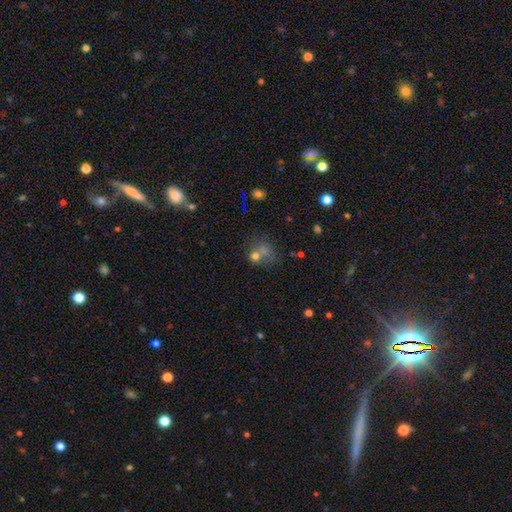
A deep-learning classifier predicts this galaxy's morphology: smooth-or-featured: smooth: 61% | star or artifact: 22% | featured or disk: 17%
  how-rounded: round: 68% | in between: 31% | cigar-shaped: 1%
  merging: none: 39% | merger: 38% | minor disturbance: 13% | major disturbance: 10%